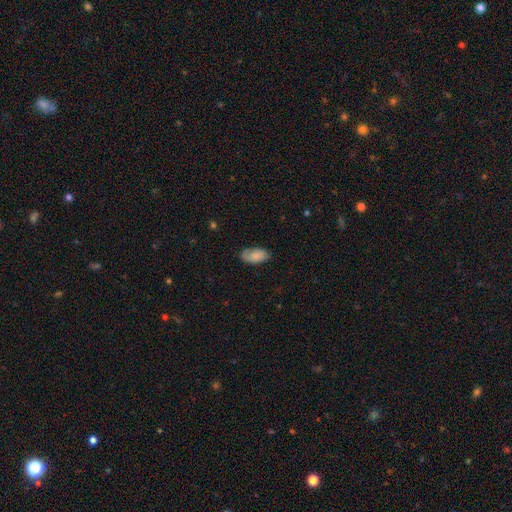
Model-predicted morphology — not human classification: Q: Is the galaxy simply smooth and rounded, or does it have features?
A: smooth — 75%.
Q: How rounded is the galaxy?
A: in between — 94%.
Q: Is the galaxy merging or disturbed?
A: none — 72%.